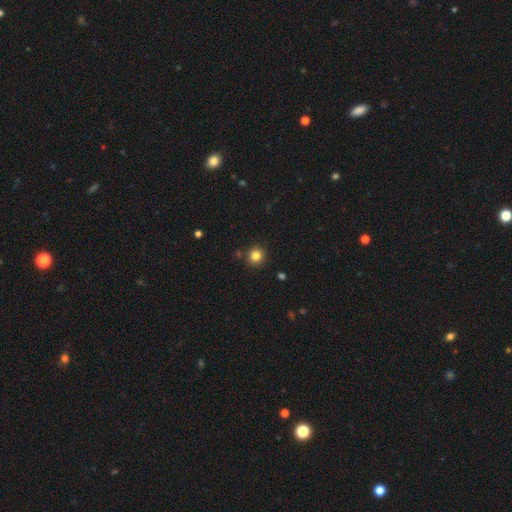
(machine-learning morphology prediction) Smooth or featured: smooth — 83% (star or artifact — 12%)
How rounded: round — 93% (in between — 6%)
Merging: none — 88% (minor disturbance — 7%)